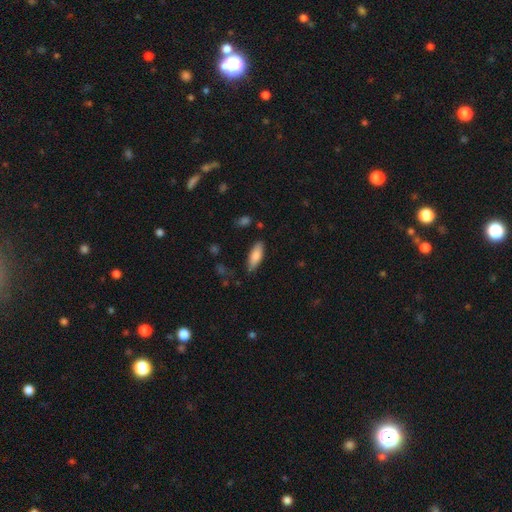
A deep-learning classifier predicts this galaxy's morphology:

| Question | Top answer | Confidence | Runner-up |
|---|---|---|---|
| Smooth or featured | smooth | 82% | featured or disk (12%) |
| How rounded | in between | 65% | cigar-shaped (33%) |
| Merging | none | 81% | minor disturbance (14%) |